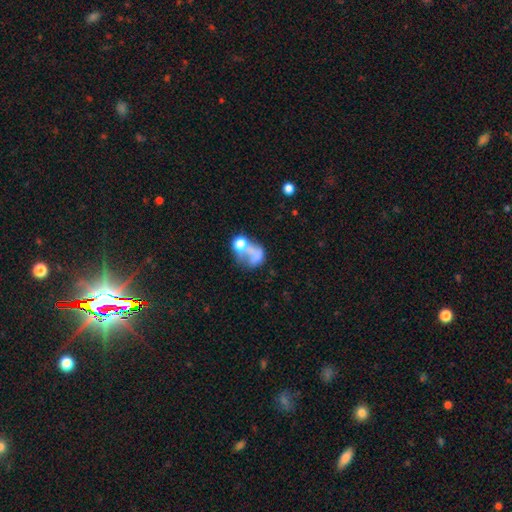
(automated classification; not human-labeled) Q: Smooth or featured?
A: smooth (51%); runner-up: featured or disk (31%)
Q: How rounded?
A: round (49%); tied with: in between (49%)
Q: Merging?
A: merger (33%); runner-up: major disturbance (31%)